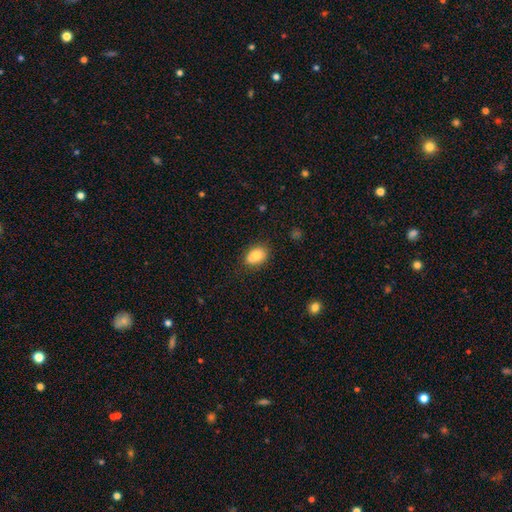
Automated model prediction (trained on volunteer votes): This is clearly a smooth galaxy (82%). How rounded: clearly in between (82%). Merging: clearly none (83%).